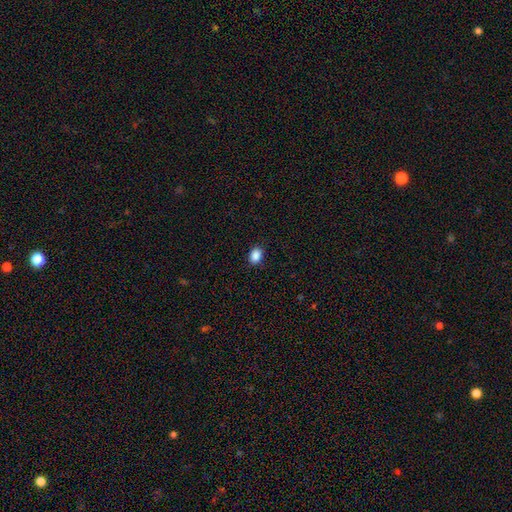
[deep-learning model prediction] Morphology: type=smooth (88%); roundness=in between (74%); merging=none (89%).